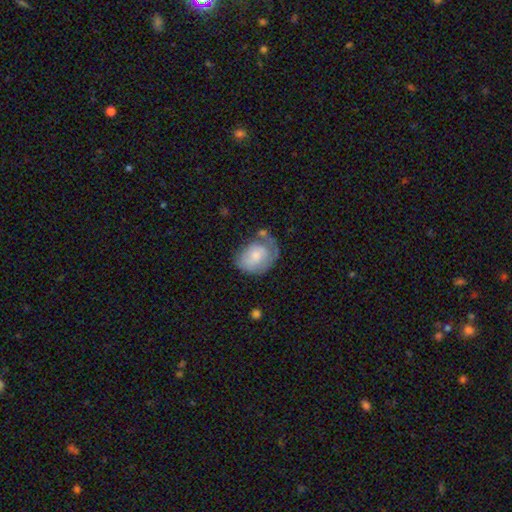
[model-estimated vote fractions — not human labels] Smooth or featured? smooth (57%)
How rounded? in between (64%)
Merging? none (35%)